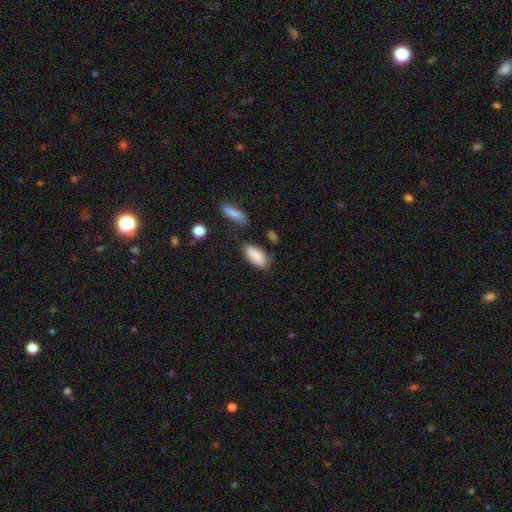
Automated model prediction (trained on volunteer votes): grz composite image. It shows a smooth galaxy with no disk features (88%) that is in between round and cigar-shaped (87%). Merging: none (71%).